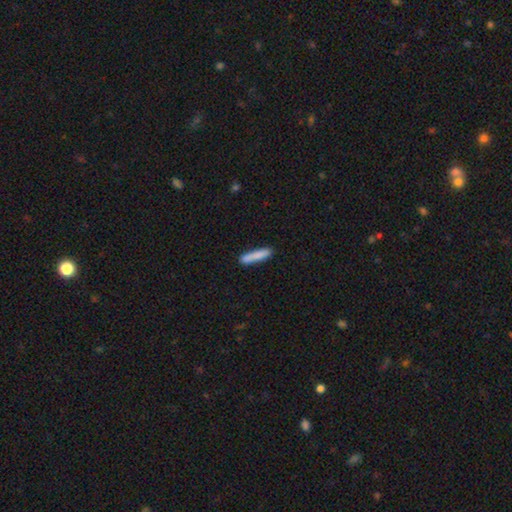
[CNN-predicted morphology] Smooth or featured? smooth (84%)
How rounded? cigar-shaped (88%)
Merging? none (83%)